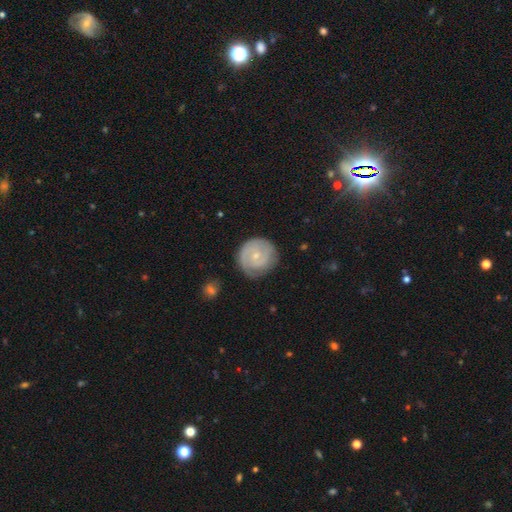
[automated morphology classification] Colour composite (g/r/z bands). It shows a featured or disk galaxy (67%) with no bar (71%), 2 (44%) tight (68%) spiral arms (88%) and a small central bulge (73%). Merging: none (74%).